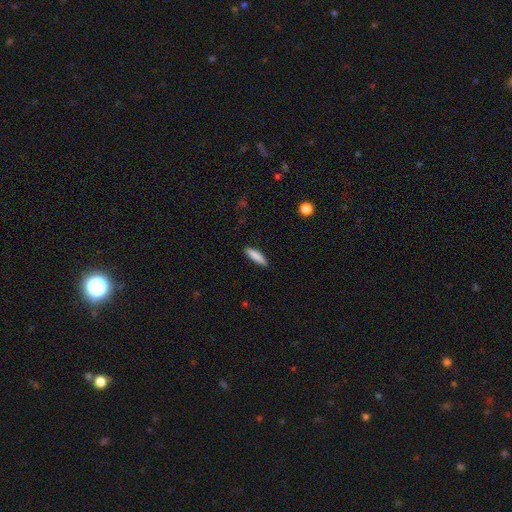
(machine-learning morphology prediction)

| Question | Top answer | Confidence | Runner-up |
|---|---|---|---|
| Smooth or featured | smooth | 85% | featured or disk (9%) |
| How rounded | cigar-shaped | 73% | in between (26%) |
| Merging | none | 87% | minor disturbance (10%) |